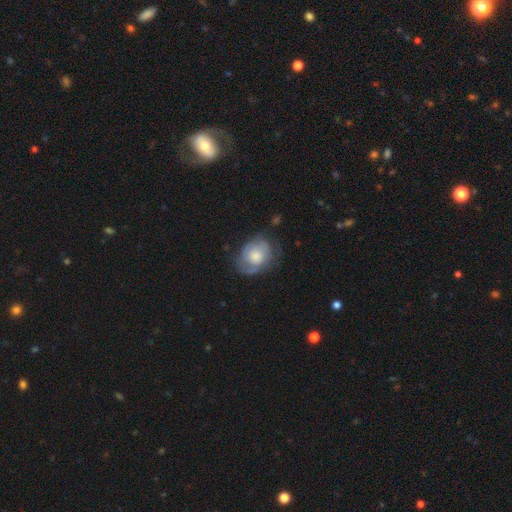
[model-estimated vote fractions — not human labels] Smooth or featured? featured or disk (53%)
Edge-on disk? no (97%)
Bar? no (79%)
Spiral arms? yes (74%)
Bulge size? moderate (44%)
Merging? none (59%)